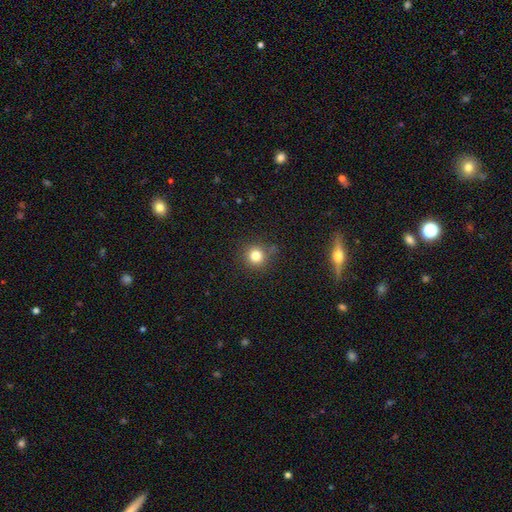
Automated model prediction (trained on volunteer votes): A smooth galaxy with no disk features (80%) that is round (93%).

Vote fractions:
- Smooth or featured? smooth: 80% / star or artifact: 14% / featured or disk: 6%
- How rounded? round: 93% / in between: 6% / cigar-shaped: 1%
- Merging? none: 84% / minor disturbance: 10% / major disturbance: 3% / merger: 3%